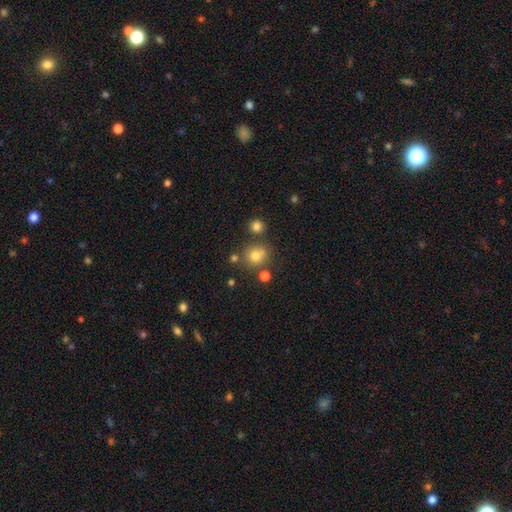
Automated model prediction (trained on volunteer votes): Overall: smooth (75%). How rounded: round (83%). Merging: none (68%).